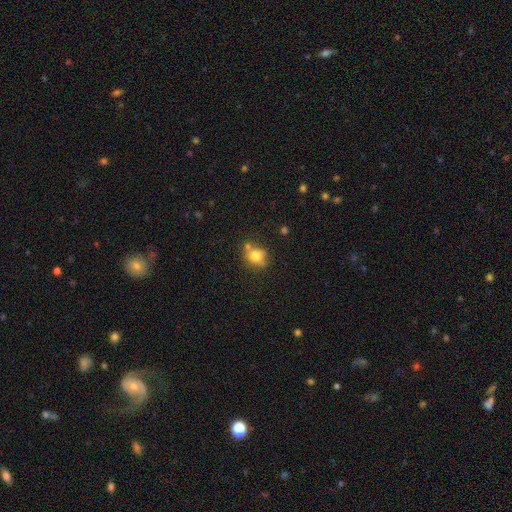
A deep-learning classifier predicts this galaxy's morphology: smooth-or-featured: smooth: 72% | featured or disk: 16% | star or artifact: 12%
  how-rounded: round: 65% | in between: 33% | cigar-shaped: 2%
  merging: none: 58% | minor disturbance: 19% | merger: 17% | major disturbance: 6%